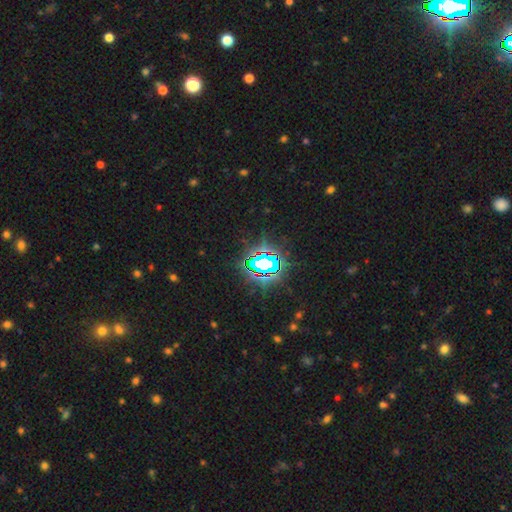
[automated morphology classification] type=star or artifact (80%).